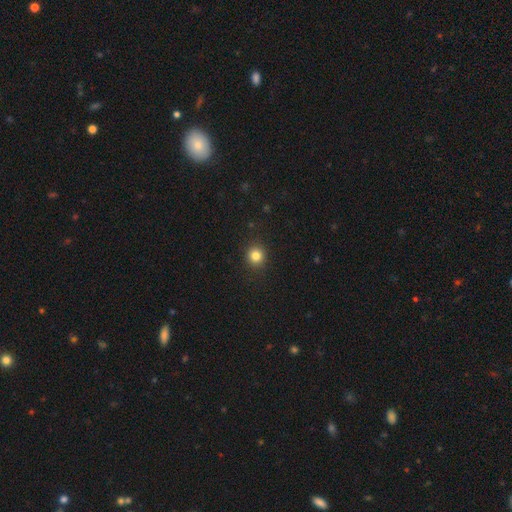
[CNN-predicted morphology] smooth_or_featured: smooth (p=0.82) [alt: star or artifact p=0.12]
how_rounded: round (p=0.89) [alt: in between p=0.10]
merging: none (p=0.91) [alt: minor disturbance p=0.06]